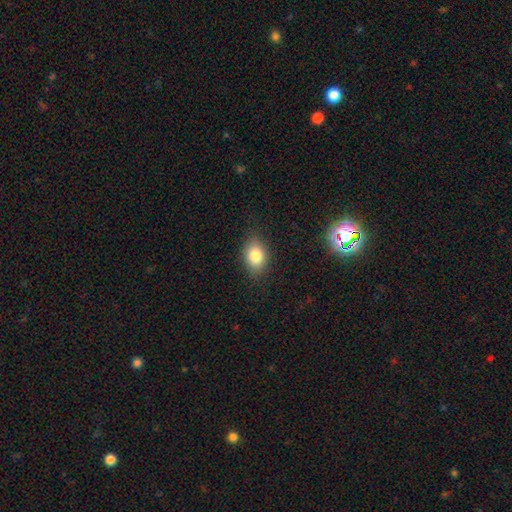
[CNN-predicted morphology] Smooth or featured?
  - smooth: 82% *
  - star or artifact: 9%
  - featured or disk: 9%
How rounded?
  - in between: 76% *
  - round: 23%
  - cigar-shaped: 1%
Merging?
  - none: 84% *
  - minor disturbance: 12%
  - major disturbance: 3%
  - merger: 1%